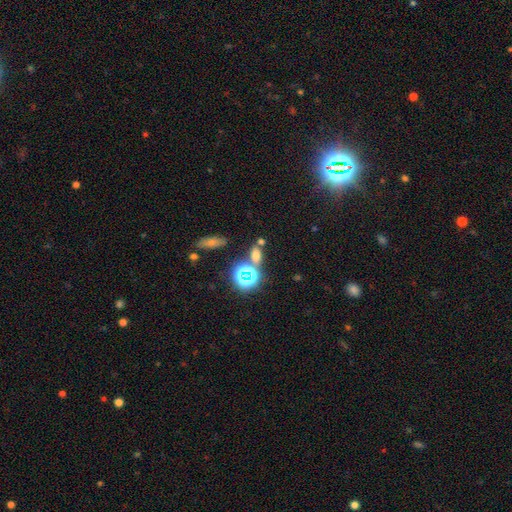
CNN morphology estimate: smooth 59%, star or artifact 31%, featured or disk 10%. Down the decision tree: how rounded — in between (63%); merging — none (66%).